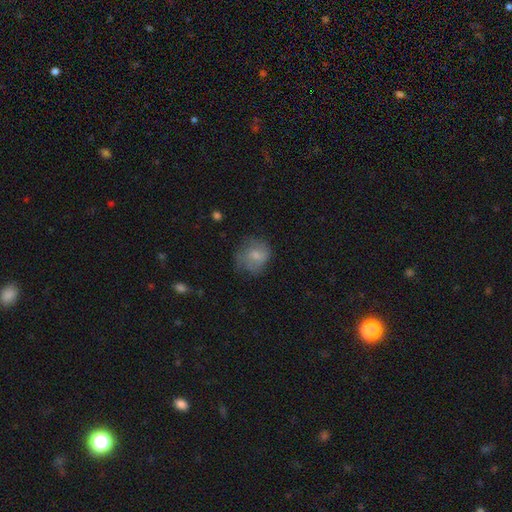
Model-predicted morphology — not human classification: A smooth galaxy with no disk features (64%) that is round (71%). Merging: none (52%).